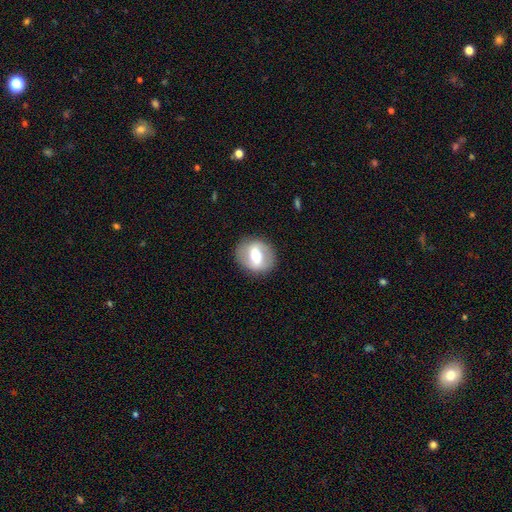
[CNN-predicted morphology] Smooth or featured? featured or disk (57%)
Edge-on disk? no (93%)
Bar? strong (49%)
Spiral arms? no (56%)
Bulge size? moderate (69%)
Merging? none (86%)